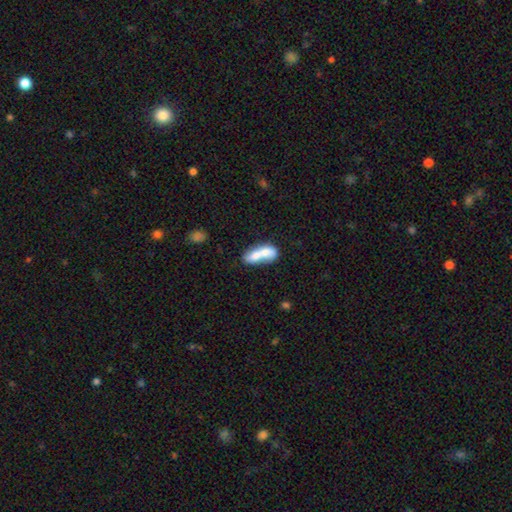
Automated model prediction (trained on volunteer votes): smooth_or_featured: smooth (p=0.66) [alt: featured or disk p=0.27]
how_rounded: in between (p=0.66) [alt: cigar-shaped p=0.30]
merging: merger (p=0.51) [alt: none p=0.27]